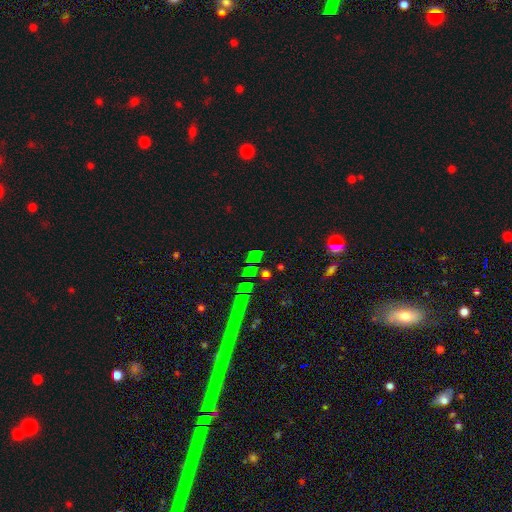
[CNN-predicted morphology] Overall: star or artifact (68%).